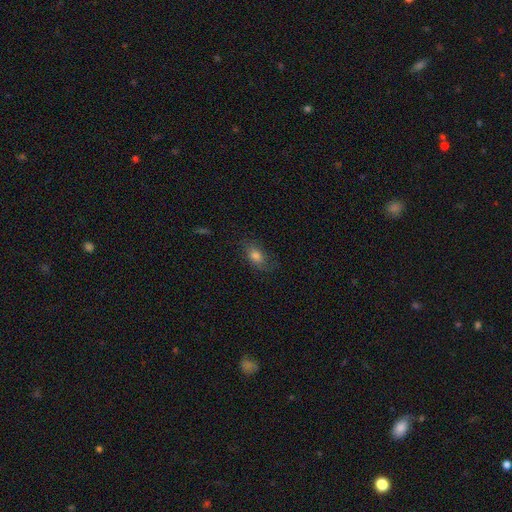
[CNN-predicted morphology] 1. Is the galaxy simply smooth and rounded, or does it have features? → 74% smooth, 16% featured or disk, 10% star or artifact.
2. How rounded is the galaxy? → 81% in between, 14% round, 4% cigar-shaped.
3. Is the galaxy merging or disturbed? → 71% none, 21% minor disturbance, 7% major disturbance, 1% merger.